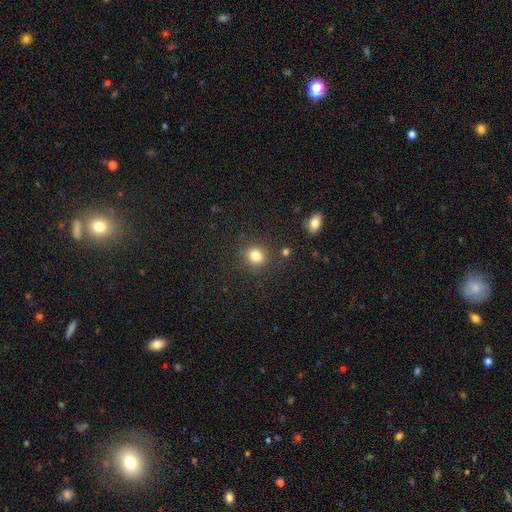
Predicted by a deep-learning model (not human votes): Q: Smooth or featured?
A: smooth (82%); runner-up: star or artifact (12%)
Q: How rounded?
A: round (82%); runner-up: in between (17%)
Q: Merging?
A: none (85%); runner-up: minor disturbance (9%)